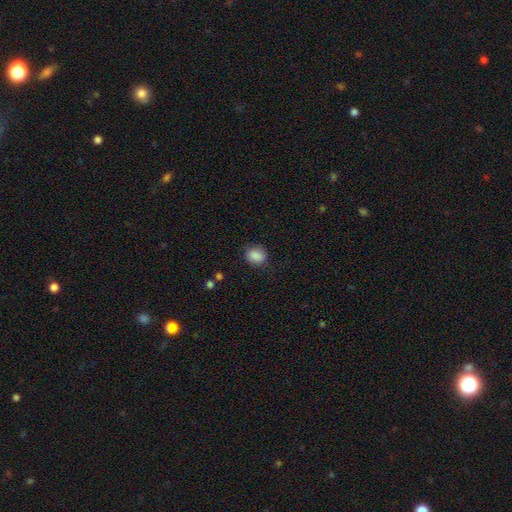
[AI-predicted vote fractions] Smooth or featured? Predicted: smooth (p=0.87). How rounded? Predicted: round (p=0.53). Merging? Predicted: none (p=0.78).